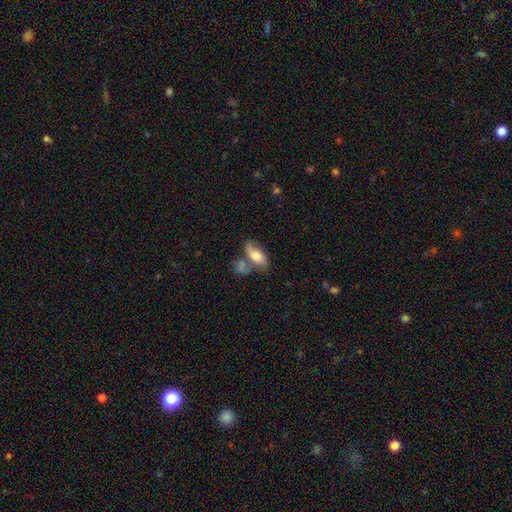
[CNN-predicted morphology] type=smooth (51%); roundness=in between (83%); merging=none (39%).